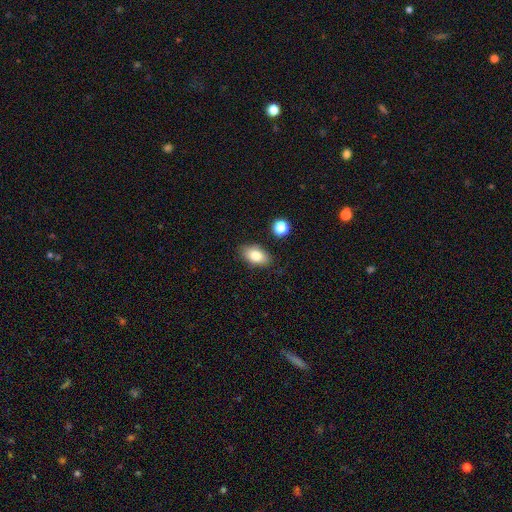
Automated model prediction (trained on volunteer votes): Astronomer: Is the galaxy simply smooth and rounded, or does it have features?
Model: smooth — 81%.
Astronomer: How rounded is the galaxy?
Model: in between — 89%.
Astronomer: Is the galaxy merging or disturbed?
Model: none — 82%.